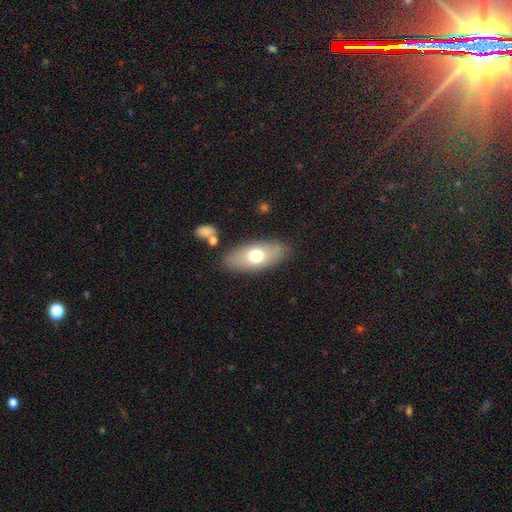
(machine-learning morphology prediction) smooth_or_featured: smooth (p=0.67) [alt: featured or disk p=0.26]
how_rounded: in between (p=0.85) [alt: cigar-shaped p=0.10]
merging: none (p=0.83) [alt: minor disturbance p=0.11]